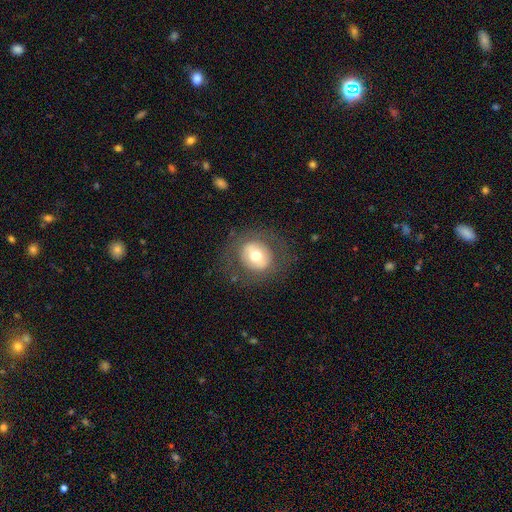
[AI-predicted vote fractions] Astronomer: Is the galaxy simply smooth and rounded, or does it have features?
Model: smooth — 56% (runner-up: featured or disk, 35%).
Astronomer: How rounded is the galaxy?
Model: round — 82%.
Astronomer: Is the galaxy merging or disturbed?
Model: none — 79%.